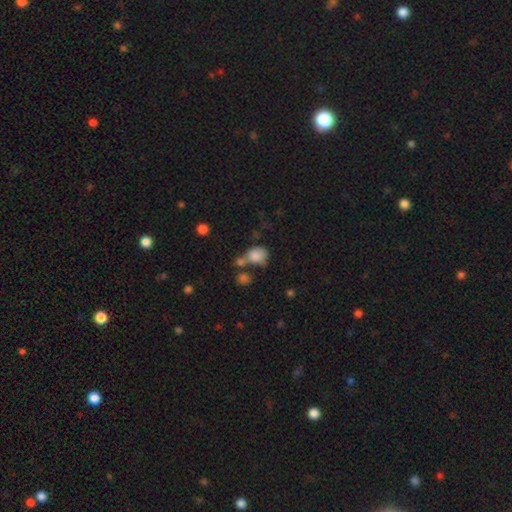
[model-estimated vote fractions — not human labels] Overall: smooth (81%). How rounded: in between (54%; round 45%). Merging: merger (38%; none 32%).